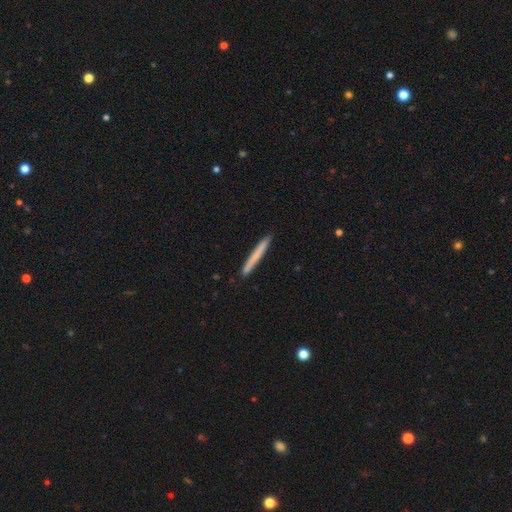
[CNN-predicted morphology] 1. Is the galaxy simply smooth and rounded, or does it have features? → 69% smooth, 25% featured or disk, 6% star or artifact.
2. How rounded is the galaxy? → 97% cigar-shaped, 2% in between, 1% round.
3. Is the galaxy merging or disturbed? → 92% none, 6% minor disturbance, 1% major disturbance, 1% merger.